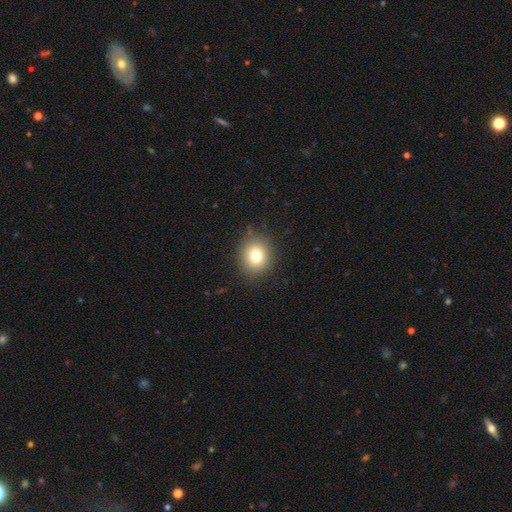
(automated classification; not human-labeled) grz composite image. It shows a smooth galaxy with no disk features (78%) that is round (81%). Merging: none (88%).